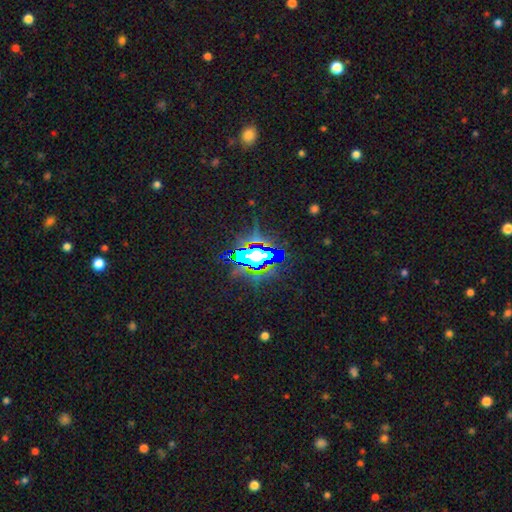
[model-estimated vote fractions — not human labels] This is likely a star or artifact rather than a galaxy (66%).